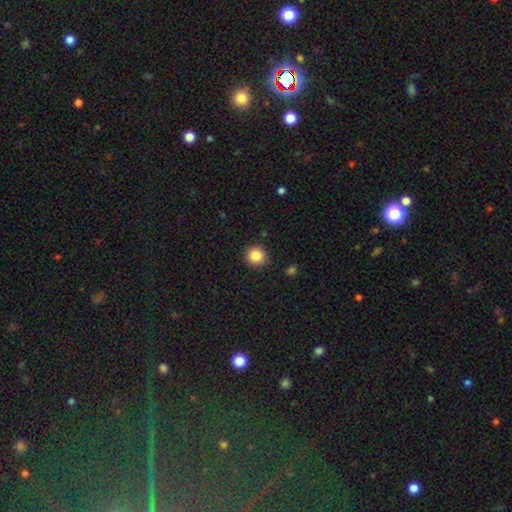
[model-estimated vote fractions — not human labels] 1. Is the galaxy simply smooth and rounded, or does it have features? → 86% smooth, 10% star or artifact, 4% featured or disk.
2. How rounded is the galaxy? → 93% round, 6% in between, 1% cigar-shaped.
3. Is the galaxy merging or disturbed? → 88% none, 8% minor disturbance, 2% major disturbance, 1% merger.